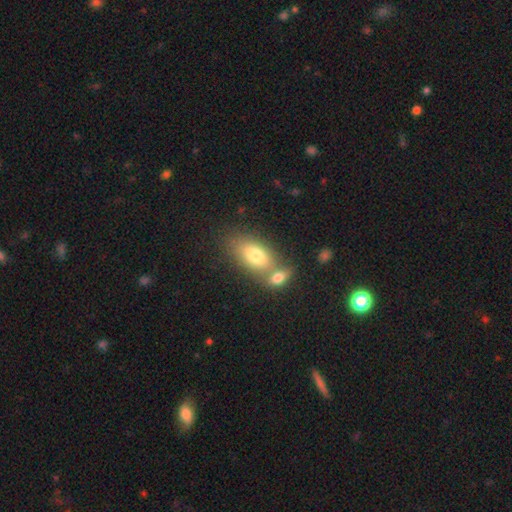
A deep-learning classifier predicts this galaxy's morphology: The model was most divided on "merging": none: 44%, merger: 43%, minor disturbance: 10%, major disturbance: 4%. More confident: how rounded — in between (87%); smooth or featured — smooth (75%).